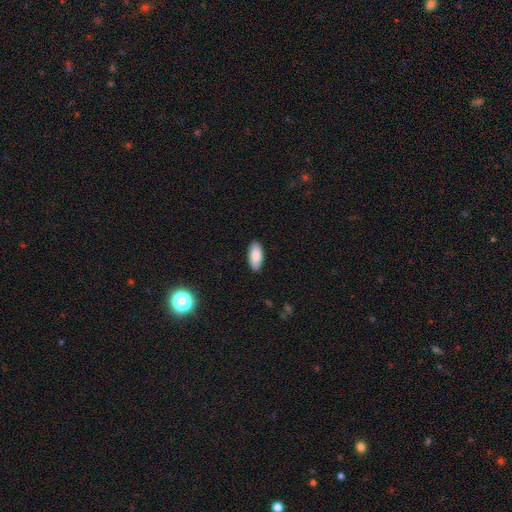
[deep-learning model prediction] The model was most divided on "smooth or featured": smooth: 87%, featured or disk: 7%, star or artifact: 7%. More confident: merging — none (89%); how rounded — in between (89%).